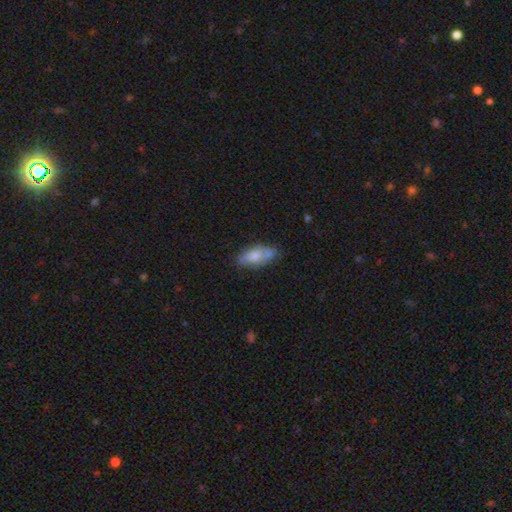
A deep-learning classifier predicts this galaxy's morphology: Smooth or featured?
  - smooth: 68% *
  - featured or disk: 25%
  - star or artifact: 7%
How rounded?
  - in between: 81% *
  - cigar-shaped: 16%
  - round: 3%
Merging?
  - none: 52% *
  - minor disturbance: 25%
  - merger: 16%
  - major disturbance: 7%